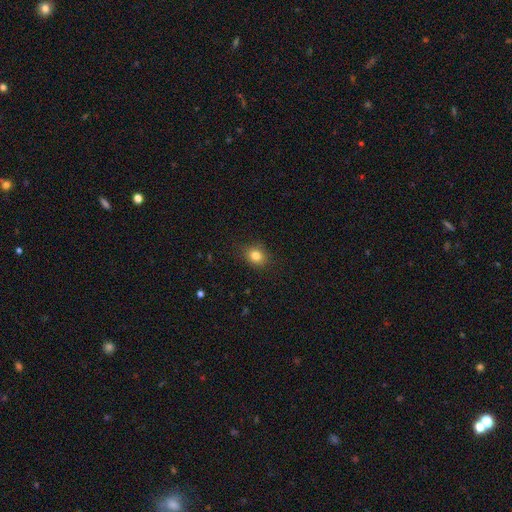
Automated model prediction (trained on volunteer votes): A smooth galaxy with no disk features (82%) that is round (61%). Merging: none (85%).